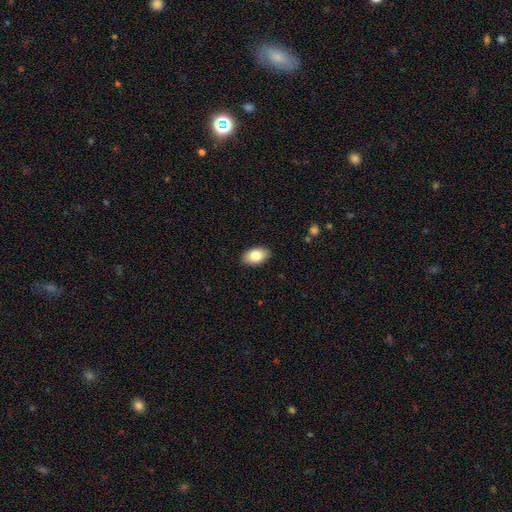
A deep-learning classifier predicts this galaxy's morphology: type=smooth (82%); roundness=in between (92%); merging=none (88%).